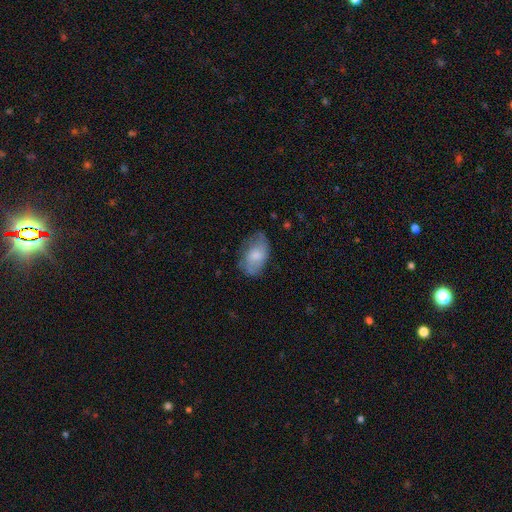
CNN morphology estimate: smooth_or_featured: smooth (p=0.61) [alt: featured or disk p=0.32]
how_rounded: in between (p=0.91) [alt: round p=0.07]
merging: none (p=0.59) [alt: minor disturbance p=0.29]